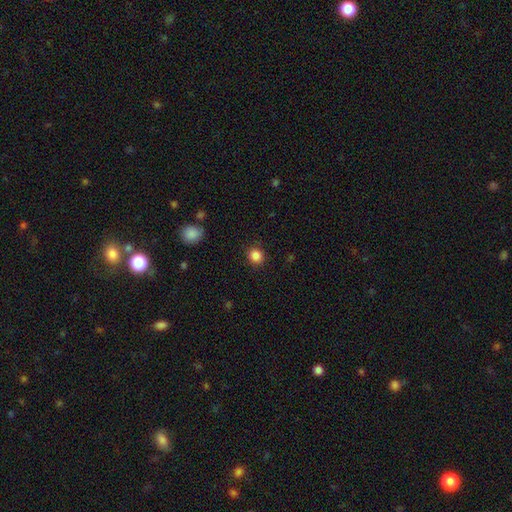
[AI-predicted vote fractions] The model was most divided on "how rounded": round: 82%, in between: 17%, cigar-shaped: 1%. More confident: merging — none (89%); smooth or featured — smooth (86%).